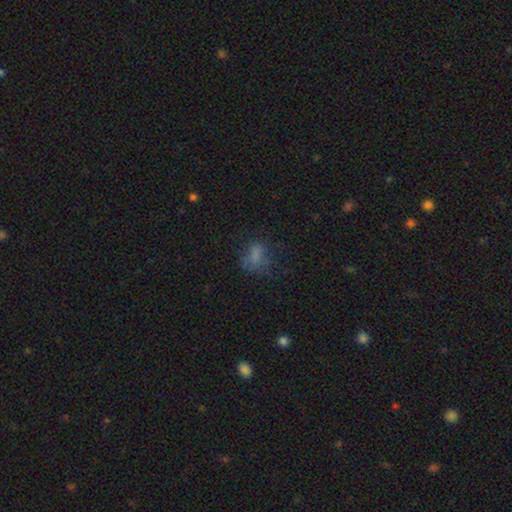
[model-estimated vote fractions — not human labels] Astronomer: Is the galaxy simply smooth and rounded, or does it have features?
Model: smooth — 64%.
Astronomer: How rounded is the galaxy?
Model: in between — 67%.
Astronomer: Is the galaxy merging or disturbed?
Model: none — 47% (runner-up: major disturbance, 26%).